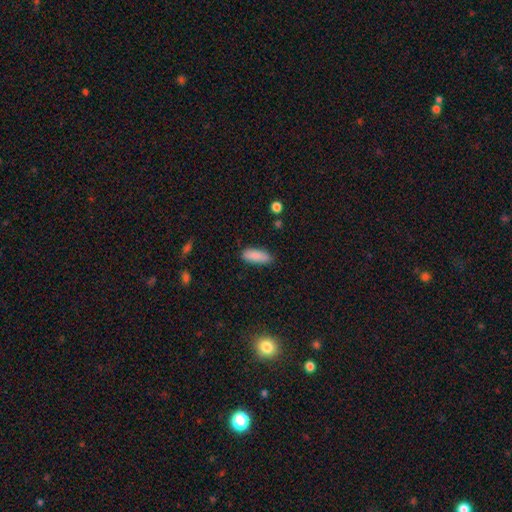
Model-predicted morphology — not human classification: Smooth or featured? smooth (89%)
How rounded? in between (74%)
Merging? none (82%)